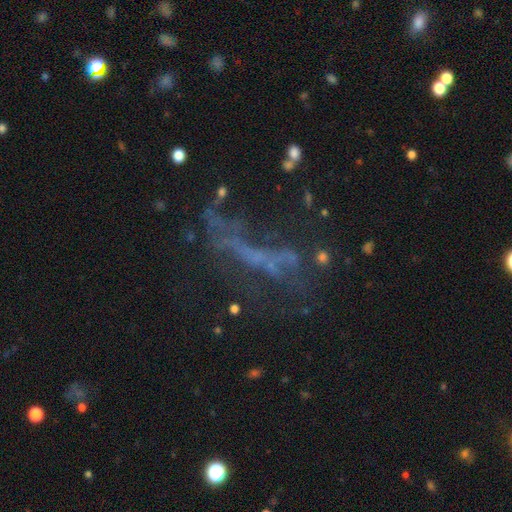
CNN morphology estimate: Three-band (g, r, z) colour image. It shows a featured or disk galaxy (50%). Merging: none (39%).